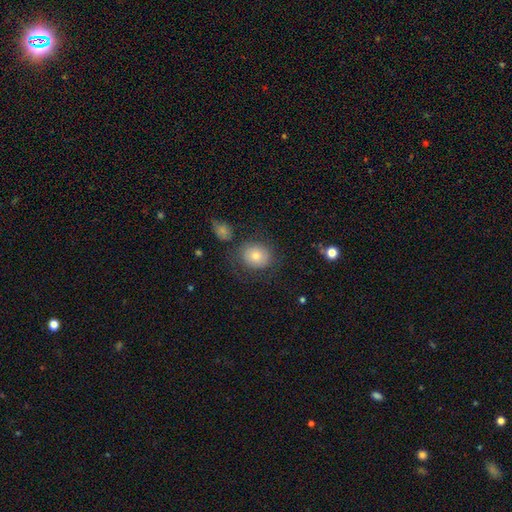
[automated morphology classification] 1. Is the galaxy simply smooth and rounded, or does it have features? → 72% smooth, 16% featured or disk, 11% star or artifact.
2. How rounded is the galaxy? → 74% round, 25% in between, 1% cigar-shaped.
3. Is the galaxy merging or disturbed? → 71% none, 14% minor disturbance, 8% major disturbance, 7% merger.